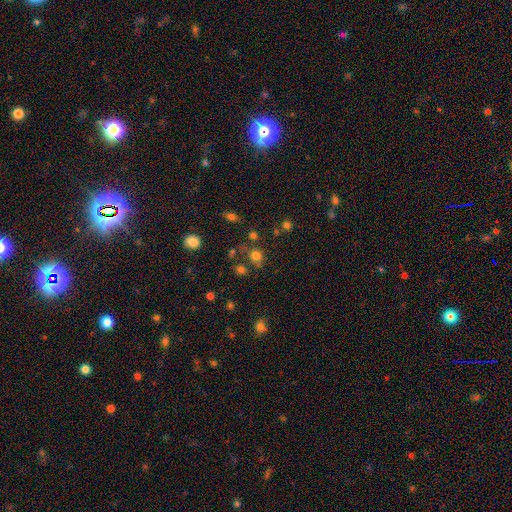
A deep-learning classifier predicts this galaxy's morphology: A smooth galaxy with no disk features (73%) that is round (78%). Merging: none (65%).